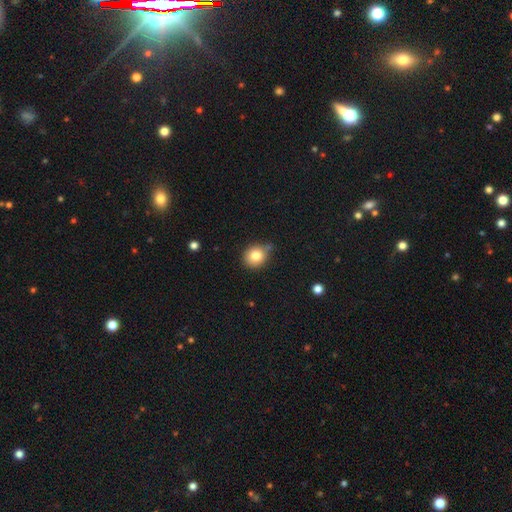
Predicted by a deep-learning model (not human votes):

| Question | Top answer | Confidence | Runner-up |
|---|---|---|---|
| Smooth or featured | smooth | 81% | star or artifact (10%) |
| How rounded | round | 77% | in between (22%) |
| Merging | none | 72% | minor disturbance (18%) |